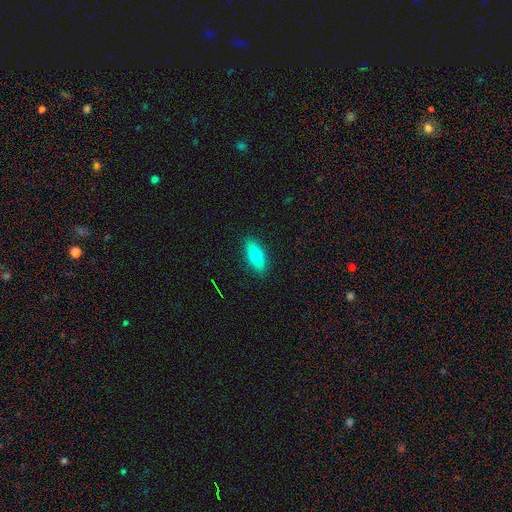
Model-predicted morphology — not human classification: Smooth or featured: smooth — 69% (featured or disk — 24%)
How rounded: in between — 70% (cigar-shaped — 26%)
Merging: none — 89% (minor disturbance — 8%)